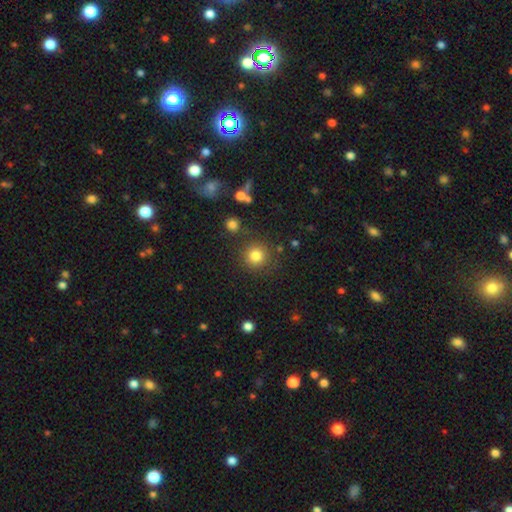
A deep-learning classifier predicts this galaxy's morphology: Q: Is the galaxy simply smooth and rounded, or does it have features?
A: smooth — 82%.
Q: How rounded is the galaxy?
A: round — 93%.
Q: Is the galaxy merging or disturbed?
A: none — 85%.